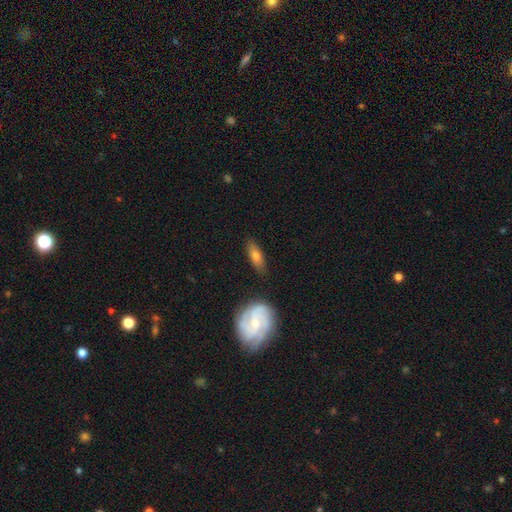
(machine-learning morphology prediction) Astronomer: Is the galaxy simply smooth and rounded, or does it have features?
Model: smooth — 62%.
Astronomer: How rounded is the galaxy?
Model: in between — 60% (runner-up: cigar-shaped, 36%).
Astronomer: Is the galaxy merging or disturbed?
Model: none — 81%.